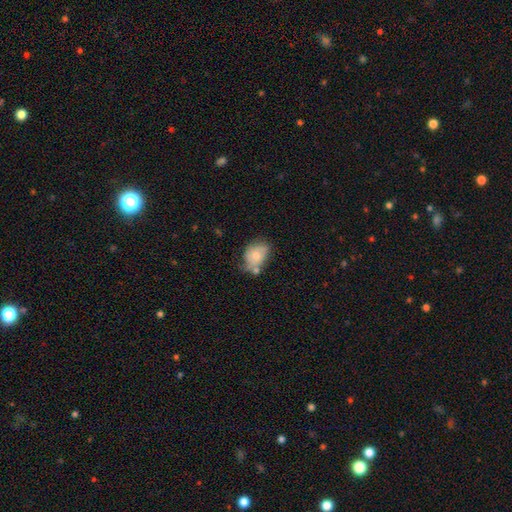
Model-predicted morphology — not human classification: smooth-or-featured: smooth: 64% | featured or disk: 29% | star or artifact: 7%
  how-rounded: in between: 74% | round: 25% | cigar-shaped: 1%
  merging: none: 40% | minor disturbance: 33% | merger: 15% | major disturbance: 12%